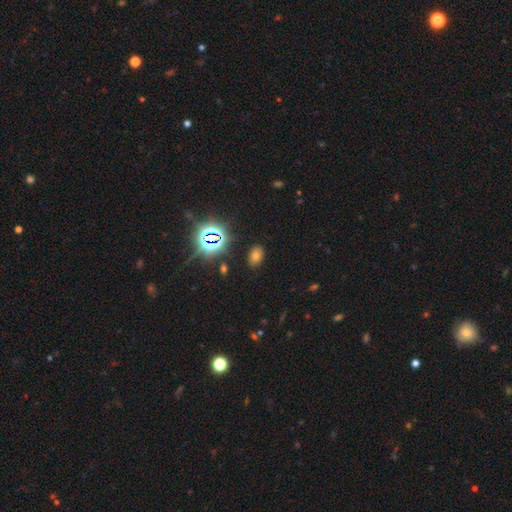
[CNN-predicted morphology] This is possibly a smooth galaxy (59%). How rounded: clearly in between (83%). Merging: clearly none (86%).